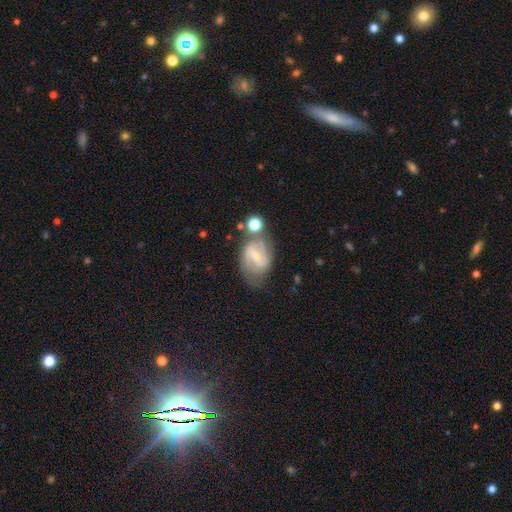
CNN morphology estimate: Overall: featured or disk (75%). Edge-on disk: no (96%). Bar: weak (46%; strong 38%). Spiral arms: yes (89%). Spiral arm count: 2 (80%). Spiral winding: medium (49%; loose 27%). Bulge size: small (63%; moderate 30%). Merging: none (55%; minor disturbance 22%).